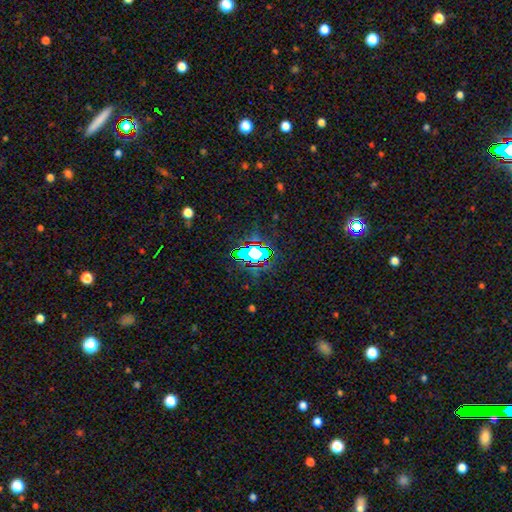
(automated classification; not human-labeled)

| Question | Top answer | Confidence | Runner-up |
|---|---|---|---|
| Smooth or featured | star or artifact | 64% | smooth (22%) |